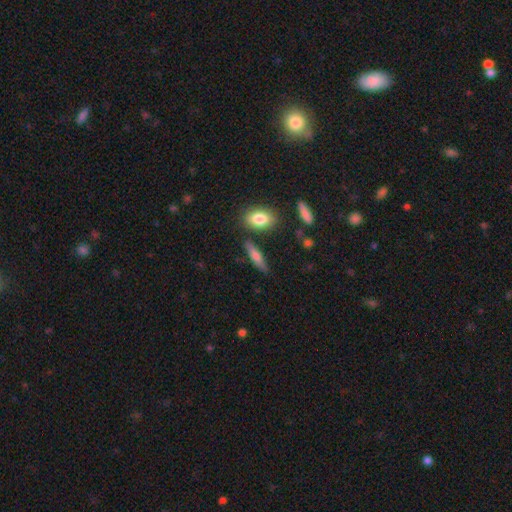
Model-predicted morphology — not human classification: Smooth or featured? Predicted: smooth (p=0.62). How rounded? Predicted: cigar-shaped (p=0.66). Merging? Predicted: none (p=0.77).